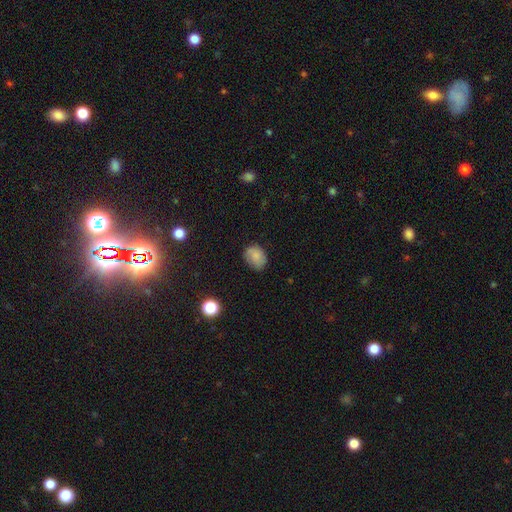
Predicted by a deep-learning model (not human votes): smooth_or_featured: smooth (p=0.80) [alt: featured or disk p=0.11]
how_rounded: in between (p=0.57) [alt: round p=0.42]
merging: none (p=0.73) [alt: minor disturbance p=0.21]